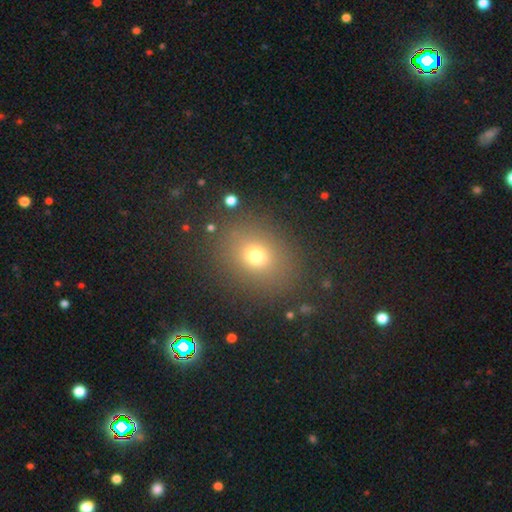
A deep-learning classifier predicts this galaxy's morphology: The model was most divided on "how rounded": round: 58%, in between: 41%, cigar-shaped: 1%. More confident: merging — none (84%); smooth or featured — smooth (70%).